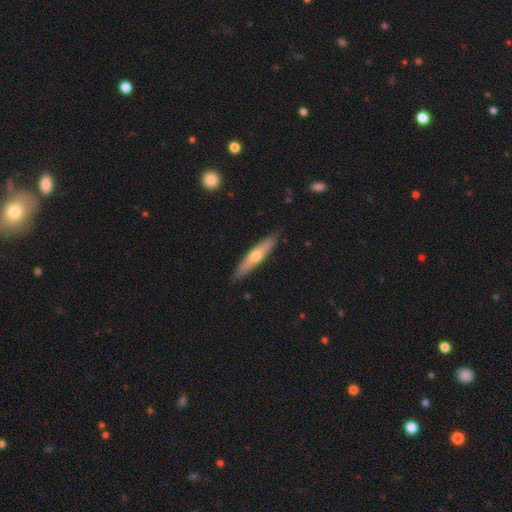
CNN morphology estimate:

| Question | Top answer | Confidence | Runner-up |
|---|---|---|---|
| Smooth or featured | featured or disk | 48% | smooth (47%) |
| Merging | none | 88% | minor disturbance (9%) |